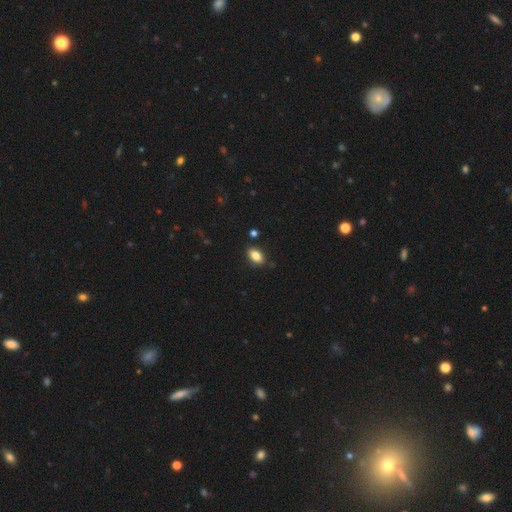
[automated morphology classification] smooth 84%, star or artifact 8%, featured or disk 8%. Down the decision tree: how rounded — in between (89%); merging — none (86%).